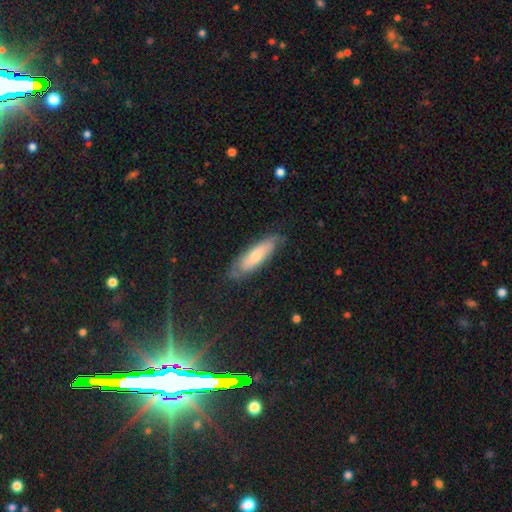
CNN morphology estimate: smooth-or-featured: smooth: 55% | featured or disk: 38% | star or artifact: 6%
  how-rounded: cigar-shaped: 51% | in between: 47% | round: 2%
  merging: none: 73% | minor disturbance: 20% | major disturbance: 5% | merger: 1%